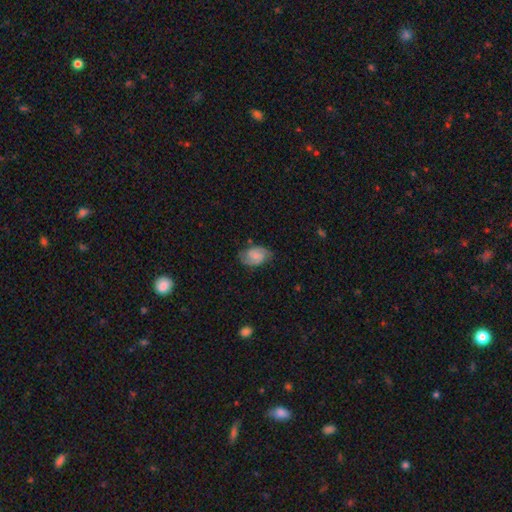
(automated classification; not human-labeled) This is likely a featured or disk galaxy (70%). It is clearly not viewed edge-on (97%). Bar: possibly no (55%). Spiral arm pattern: clearly yes (94%). Spiral arm count: clearly 2 (88%). Spiral winding: possibly medium (49%). Central bulge: possibly small (59%). Merging: likely none (74%).